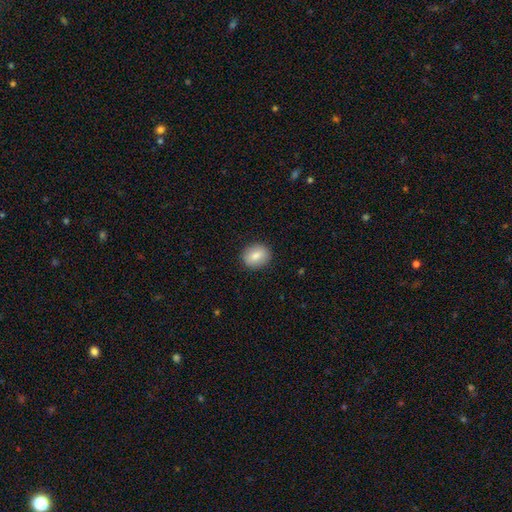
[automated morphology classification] The model was most divided on "how rounded": round: 60%, in between: 39%, cigar-shaped: 1%. More confident: merging — none (90%); smooth or featured — smooth (82%).